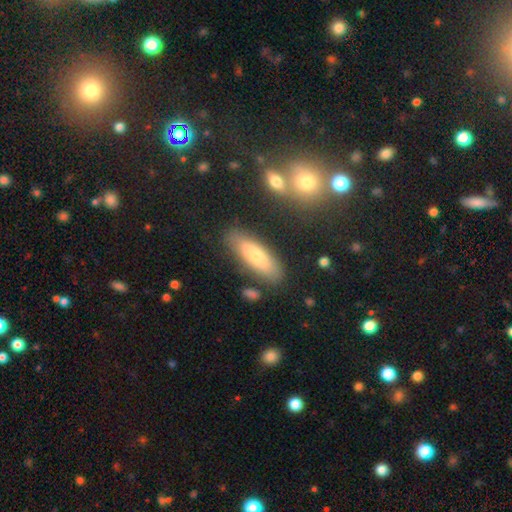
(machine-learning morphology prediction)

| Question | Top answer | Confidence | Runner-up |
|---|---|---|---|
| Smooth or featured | smooth | 71% | featured or disk (22%) |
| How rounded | in between | 52% | cigar-shaped (46%) |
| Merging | none | 79% | minor disturbance (12%) |